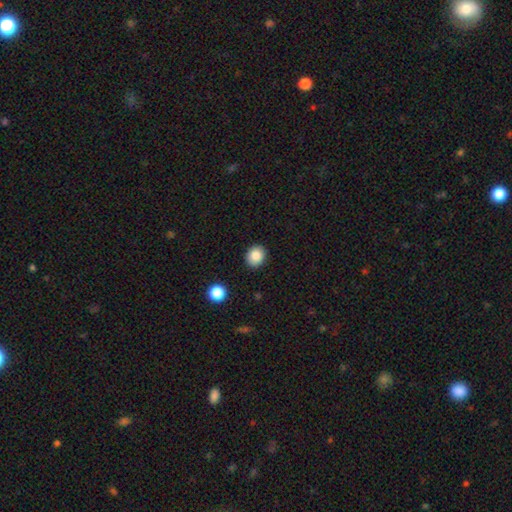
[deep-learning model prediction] A smooth galaxy with no disk features (85%) that is round (70%). Merging: none (90%).